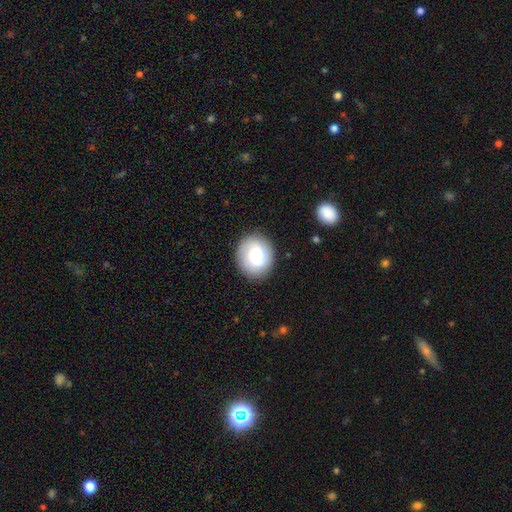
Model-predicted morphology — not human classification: This appears to be a smooth galaxy with no disk features (63%) that is round (75%). Merging: none (87%).